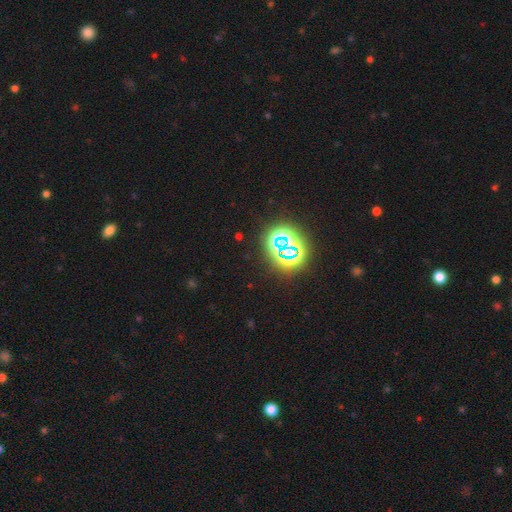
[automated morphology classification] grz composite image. It shows a star or artifact, not a galaxy (72%).